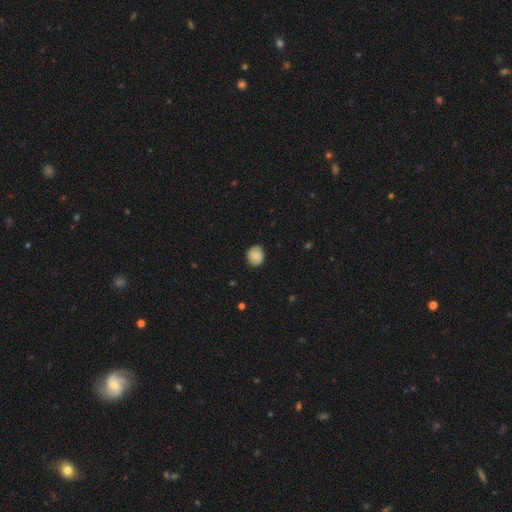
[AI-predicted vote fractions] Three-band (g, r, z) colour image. It shows a smooth galaxy with no disk features (80%) that is round (80%). Merging: none (83%).